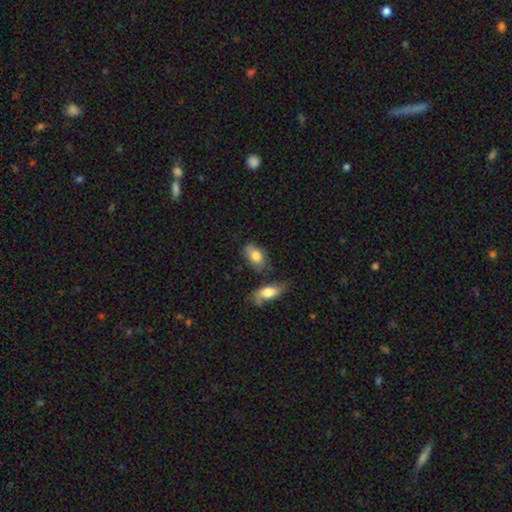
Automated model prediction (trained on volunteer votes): A smooth galaxy with no disk features (80%) that is in between round and cigar-shaped (90%). Merging: none (62%).